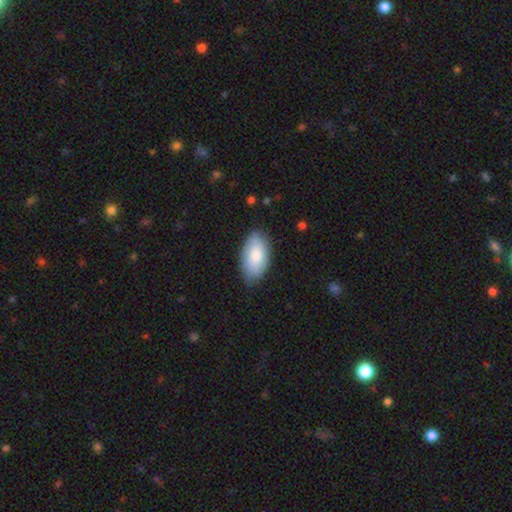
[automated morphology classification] This is likely a smooth galaxy (75%). How rounded: clearly in between (95%). Merging: likely none (72%).